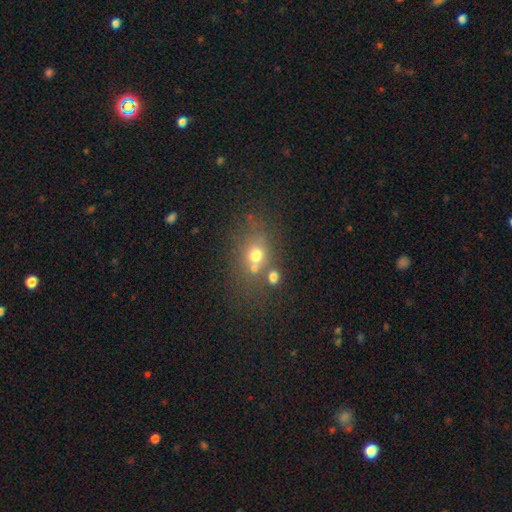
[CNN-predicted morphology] Smooth or featured? smooth (63%)
How rounded? round (61%)
Merging? none (51%)